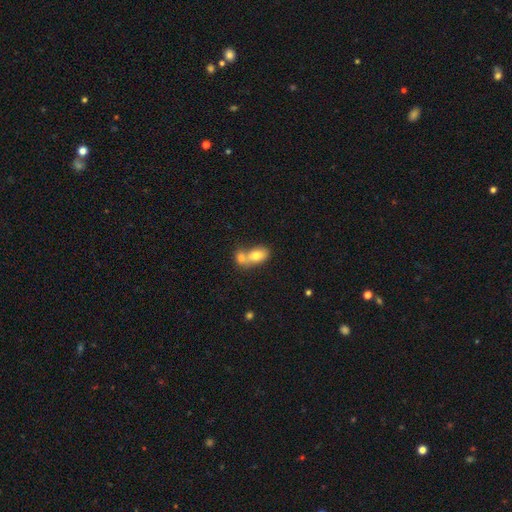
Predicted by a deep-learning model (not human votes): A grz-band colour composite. It shows a smooth galaxy with no disk features (75%) that is in between round and cigar-shaped (82%). Merging: merger (68%).